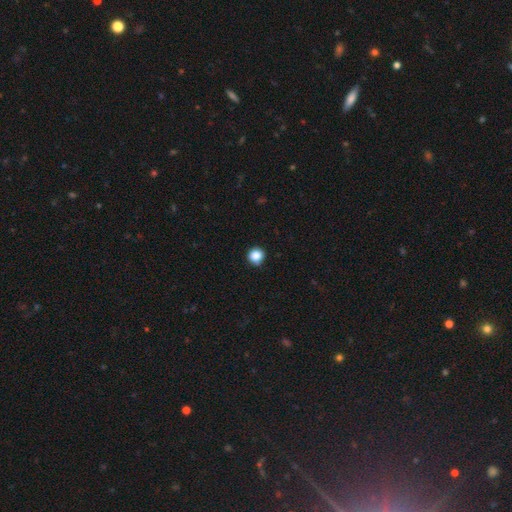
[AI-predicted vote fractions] Smooth or featured? Predicted: smooth (p=0.85). How rounded? Predicted: round (p=0.90). Merging? Predicted: none (p=0.87).